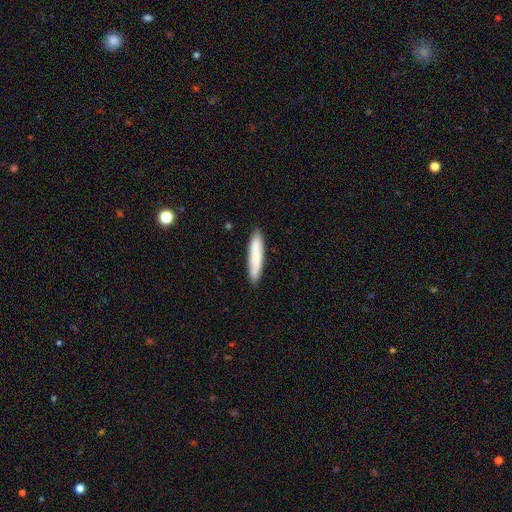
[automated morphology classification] type=smooth (79%); roundness=cigar-shaped (88%); merging=none (88%).